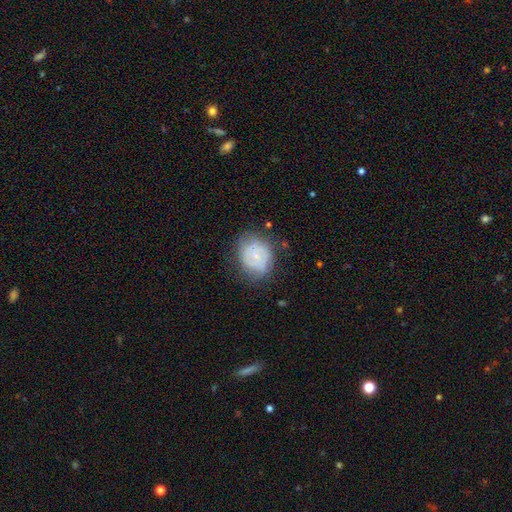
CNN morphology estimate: smooth_or_featured: featured or disk (p=0.54) [alt: smooth p=0.38]
disk_edge_on: no (p=0.97) [alt: yes p=0.03]
bar: no (p=0.55) [alt: weak p=0.37]
has_spiral_arms: yes (p=0.69) [alt: no p=0.31]
bulge_size: small (p=0.66) [alt: moderate p=0.20]
merging: none (p=0.66) [alt: minor disturbance p=0.23]